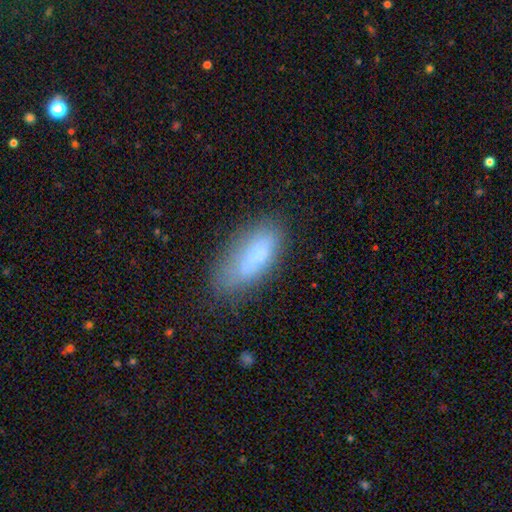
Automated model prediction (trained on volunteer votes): smooth-or-featured: smooth: 74% | featured or disk: 17% | star or artifact: 9%
  how-rounded: in between: 78% | cigar-shaped: 20% | round: 2%
  merging: none: 62% | minor disturbance: 26% | major disturbance: 9% | merger: 3%